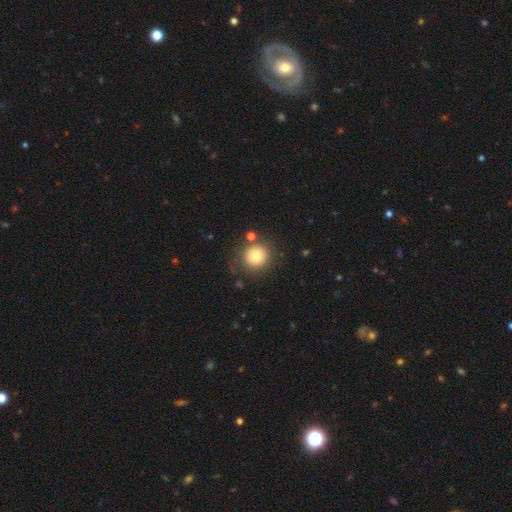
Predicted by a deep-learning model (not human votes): This is likely a smooth galaxy (77%). How rounded: clearly round (94%). Merging: likely none (78%).